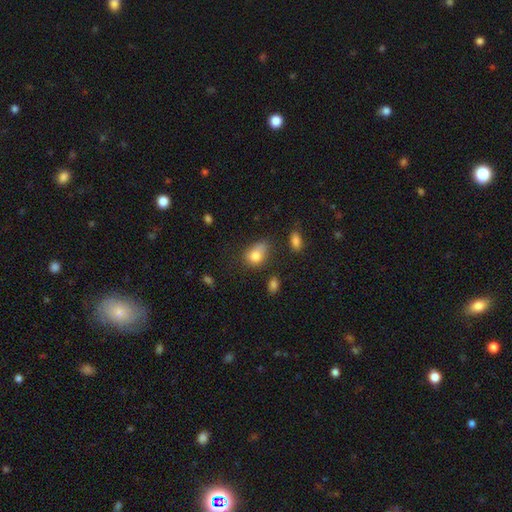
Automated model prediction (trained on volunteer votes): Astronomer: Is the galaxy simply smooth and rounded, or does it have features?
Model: smooth — 79%.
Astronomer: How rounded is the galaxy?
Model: in between — 68%.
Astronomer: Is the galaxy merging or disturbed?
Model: none — 39% (runner-up: minor disturbance, 35%).